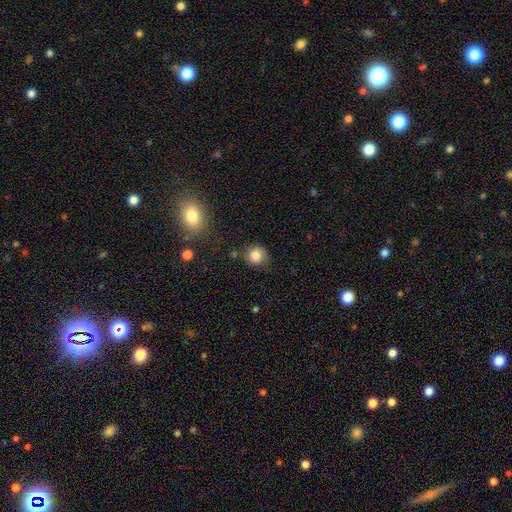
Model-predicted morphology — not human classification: smooth_or_featured: smooth (p=0.83) [alt: star or artifact p=0.10]
how_rounded: round (p=0.85) [alt: in between p=0.14]
merging: none (p=0.73) [alt: minor disturbance p=0.19]